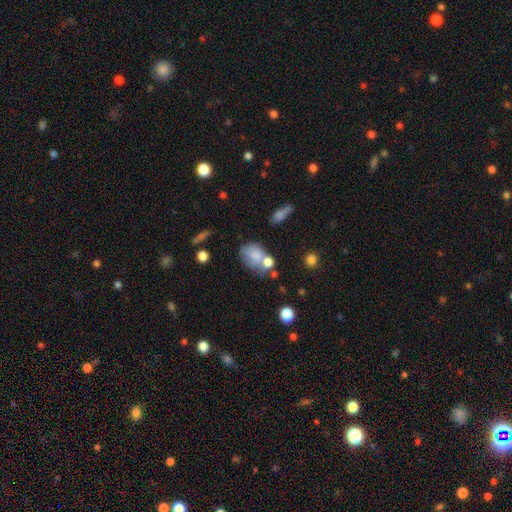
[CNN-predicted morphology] Smooth or featured: smooth — 73% (featured or disk — 16%)
How rounded: in between — 70% (round — 28%)
Merging: none — 37% (merger — 30%)